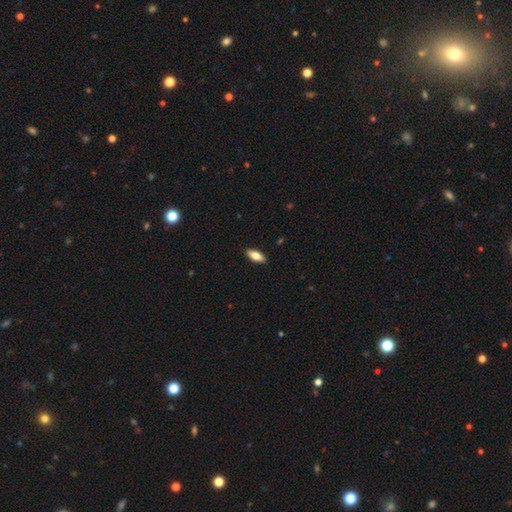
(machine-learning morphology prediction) A smooth galaxy with no disk features (75%) that is in between round and cigar-shaped (80%).

Vote fractions:
- Smooth or featured? smooth: 75% / featured or disk: 19% / star or artifact: 6%
- How rounded? in between: 80% / cigar-shaped: 18% / round: 2%
- Merging? none: 90% / minor disturbance: 8% / major disturbance: 2% / merger: 1%